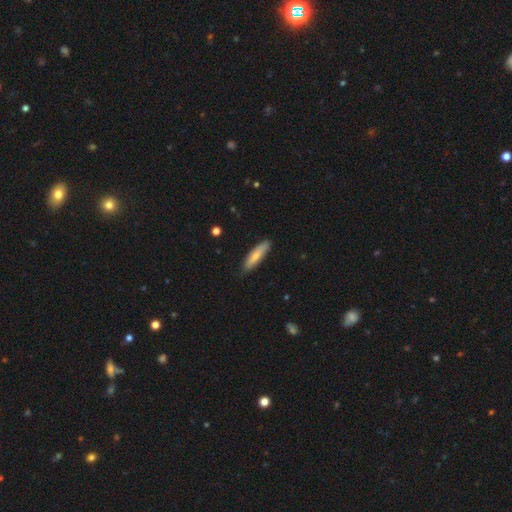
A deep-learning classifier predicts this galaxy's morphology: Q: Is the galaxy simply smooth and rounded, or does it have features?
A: smooth — 70%.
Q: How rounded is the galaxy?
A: cigar-shaped — 72%.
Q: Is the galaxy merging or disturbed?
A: none — 85%.